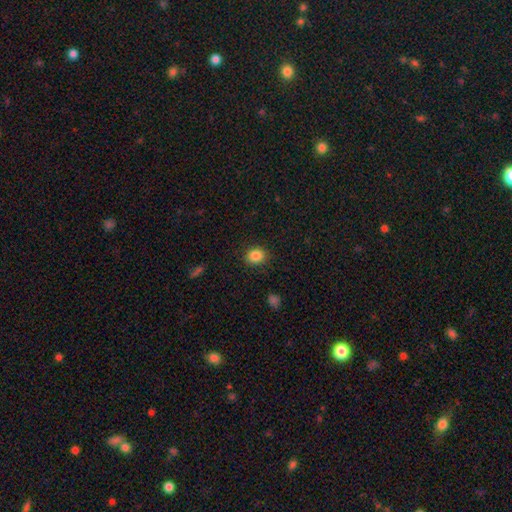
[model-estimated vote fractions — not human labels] smooth 85%, star or artifact 10%, featured or disk 5%. Down the decision tree: how rounded — round (67%); merging — none (89%).